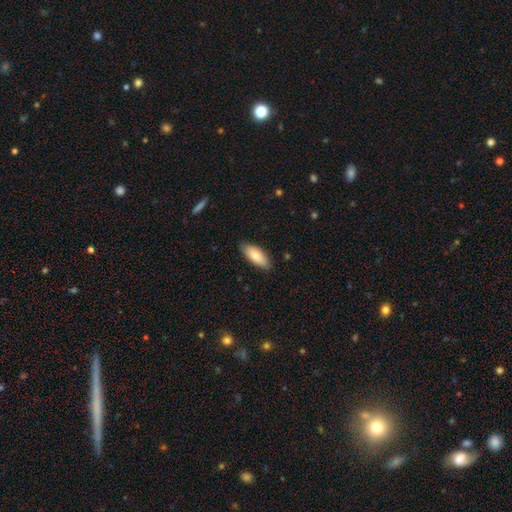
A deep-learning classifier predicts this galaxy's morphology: smooth 81%, featured or disk 13%, star or artifact 6%. Down the decision tree: how rounded — in between (79%); merging — none (84%).